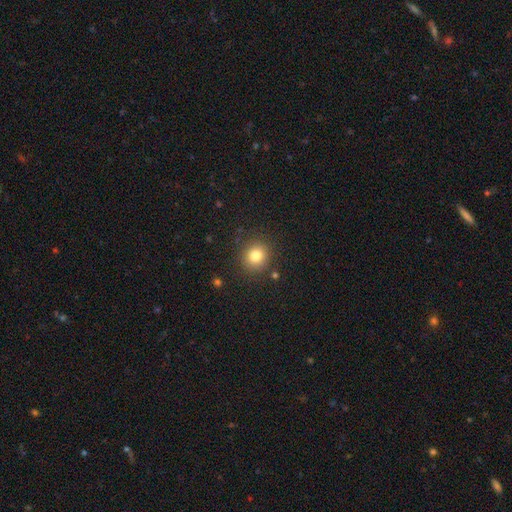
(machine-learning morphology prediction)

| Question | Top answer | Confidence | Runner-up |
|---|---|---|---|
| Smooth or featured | smooth | 81% | star or artifact (12%) |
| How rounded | round | 87% | in between (12%) |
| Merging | none | 87% | minor disturbance (8%) |